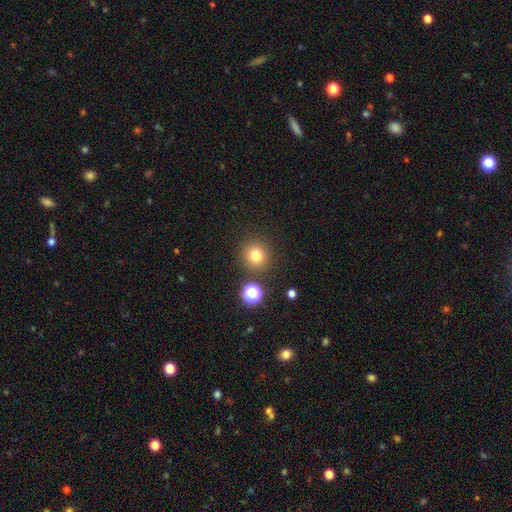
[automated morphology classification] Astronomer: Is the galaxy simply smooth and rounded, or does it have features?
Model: smooth — 78%.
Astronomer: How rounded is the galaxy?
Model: round — 92%.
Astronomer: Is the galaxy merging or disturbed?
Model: none — 86%.